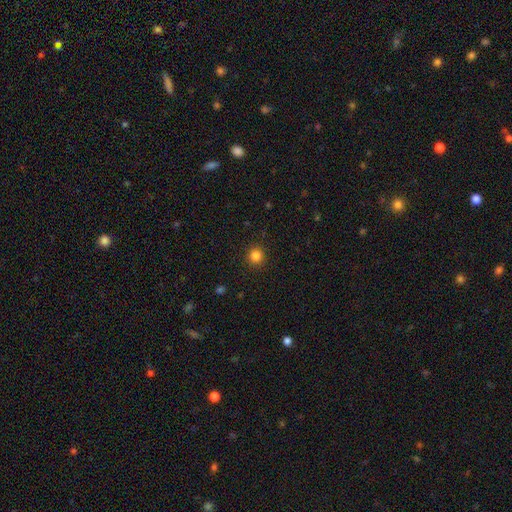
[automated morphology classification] This is clearly a smooth galaxy (83%). How rounded: clearly round (93%). Merging: clearly none (92%).